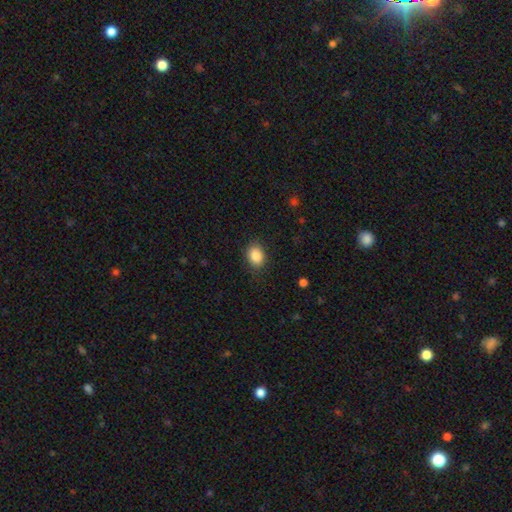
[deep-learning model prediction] smooth-or-featured: smooth: 88% | star or artifact: 9% | featured or disk: 4%
  how-rounded: in between: 61% | round: 38% | cigar-shaped: 1%
  merging: none: 83% | minor disturbance: 12% | major disturbance: 3% | merger: 1%